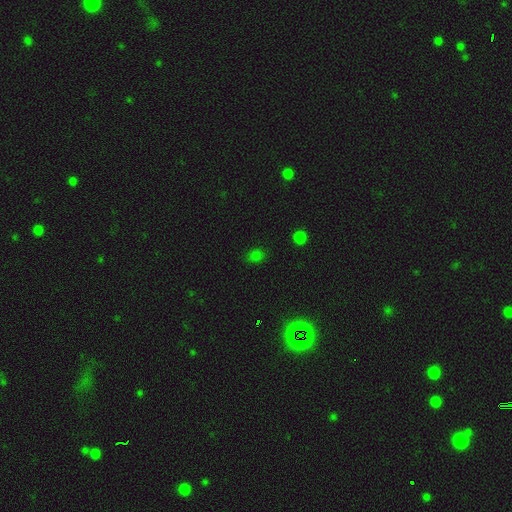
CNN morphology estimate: Overall: smooth (69%). How rounded: round (60%; in between 38%). Merging: none (84%).